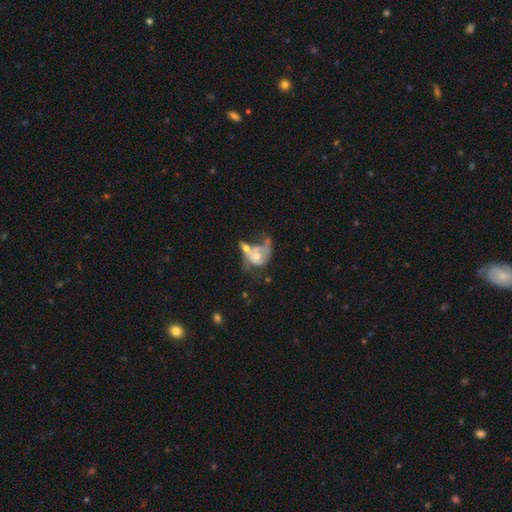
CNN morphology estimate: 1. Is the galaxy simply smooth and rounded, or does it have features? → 66% featured or disk, 26% smooth, 8% star or artifact.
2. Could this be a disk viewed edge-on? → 97% no, 3% yes.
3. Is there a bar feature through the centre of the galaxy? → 75% no, 20% weak, 5% strong.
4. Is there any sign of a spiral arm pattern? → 59% yes, 41% no.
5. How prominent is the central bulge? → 57% moderate, 30% small, 6% large, 6% none, 2% dominant.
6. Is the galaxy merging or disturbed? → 48% merger, 28% major disturbance, 13% none, 11% minor disturbance.